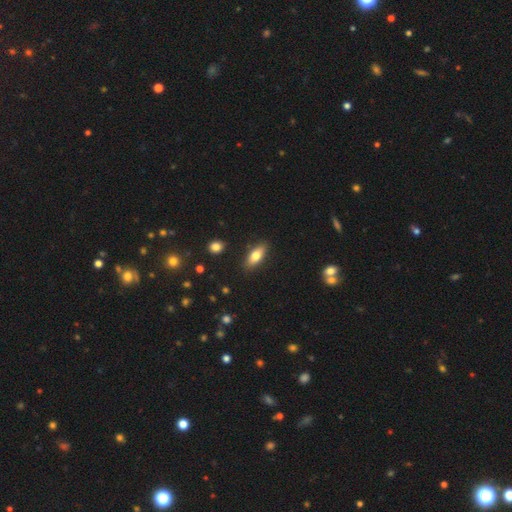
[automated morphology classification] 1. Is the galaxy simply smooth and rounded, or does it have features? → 75% smooth, 18% featured or disk, 7% star or artifact.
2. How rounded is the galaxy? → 78% in between, 19% cigar-shaped, 3% round.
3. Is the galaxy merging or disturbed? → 87% none, 10% minor disturbance, 2% major disturbance, 2% merger.